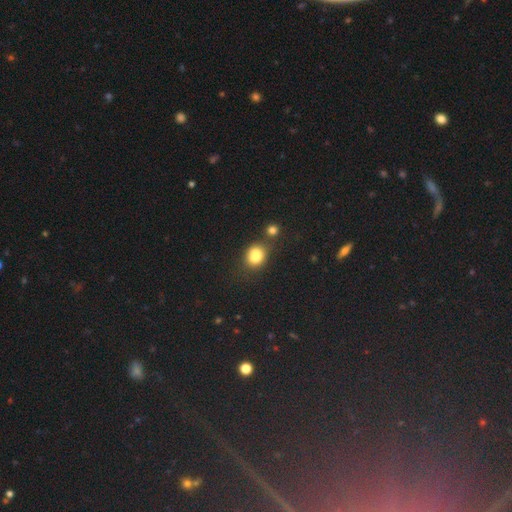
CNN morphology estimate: smooth-or-featured: smooth: 80% | star or artifact: 11% | featured or disk: 9%
  how-rounded: round: 55% | in between: 44% | cigar-shaped: 1%
  merging: none: 47% | merger: 31% | minor disturbance: 16% | major disturbance: 6%